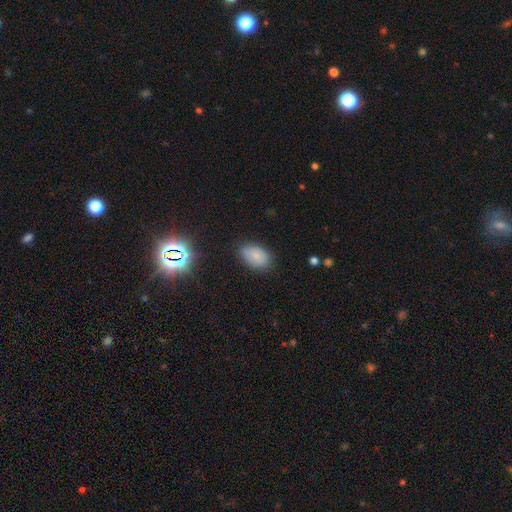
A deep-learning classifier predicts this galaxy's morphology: This appears to be a smooth galaxy with no disk features (82%) that is in between round and cigar-shaped (91%). Merging: none (81%).